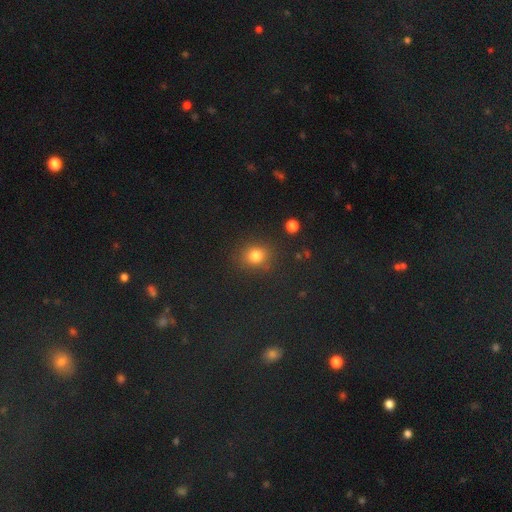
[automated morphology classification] This is likely a smooth galaxy (79%). How rounded: likely round (75%). Merging: clearly none (84%).